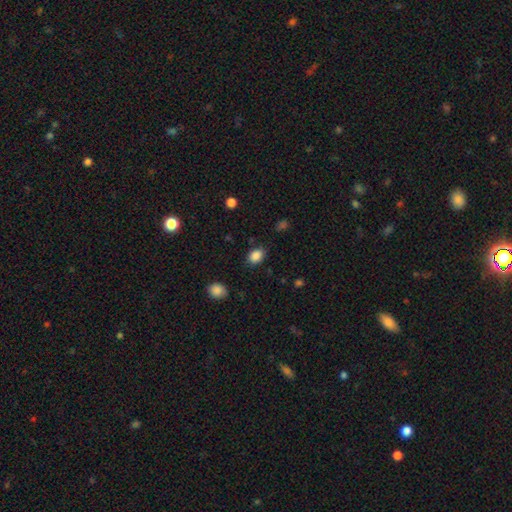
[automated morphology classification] Q: Smooth or featured?
A: smooth (87%); runner-up: star or artifact (9%)
Q: How rounded?
A: in between (73%); runner-up: round (26%)
Q: Merging?
A: none (81%); runner-up: minor disturbance (14%)